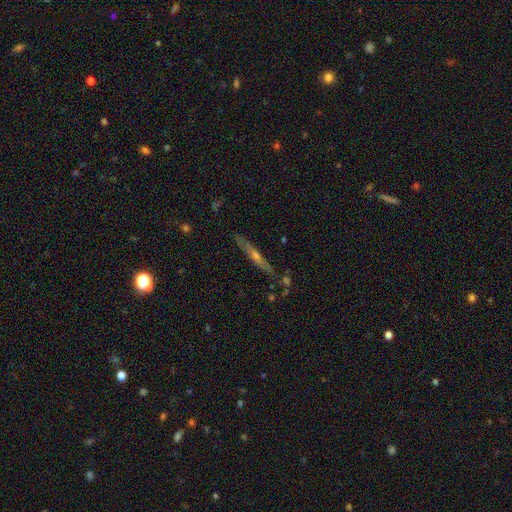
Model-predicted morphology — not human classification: A featured or disk galaxy (68%) viewed edge-on (95%) with a rounded central bulge (76%). Merging: none (84%).